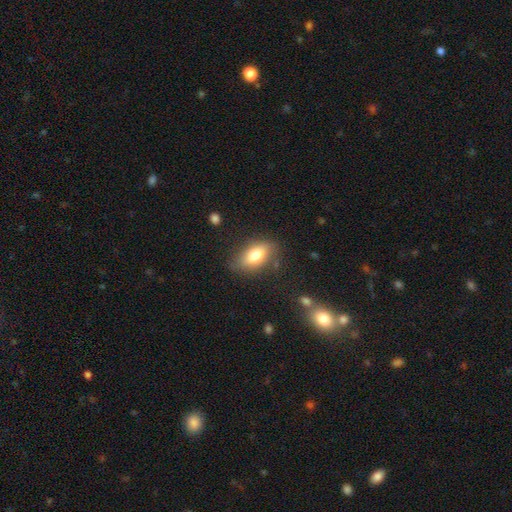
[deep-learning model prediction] Smooth or featured?
  - smooth: 76% *
  - featured or disk: 16%
  - star or artifact: 8%
How rounded?
  - in between: 86% *
  - round: 9%
  - cigar-shaped: 5%
Merging?
  - none: 78% *
  - minor disturbance: 15%
  - major disturbance: 4%
  - merger: 2%